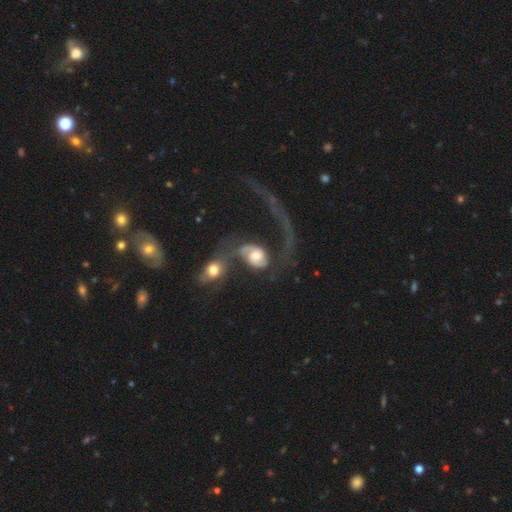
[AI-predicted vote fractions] Morphology: type=featured or disk (77%); edge-on=no (96%); bar=no (60%); spiral arms=yes (90%); winding=loose (59%); arm count=2 (70%); bulge=moderate (59%); merging=merger (56%).